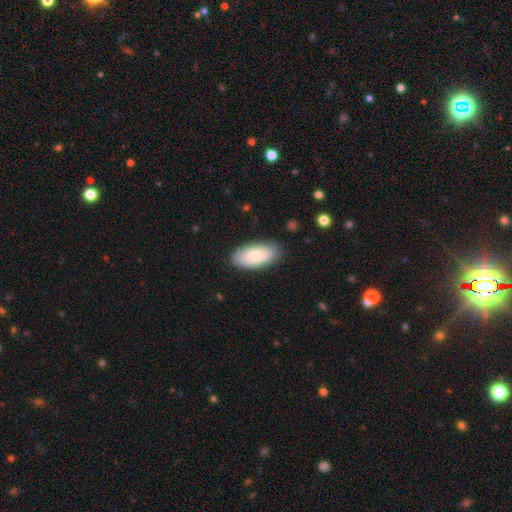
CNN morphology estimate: Smooth or featured? Predicted: smooth (p=0.78). How rounded? Predicted: in between (p=0.93). Merging? Predicted: none (p=0.84).